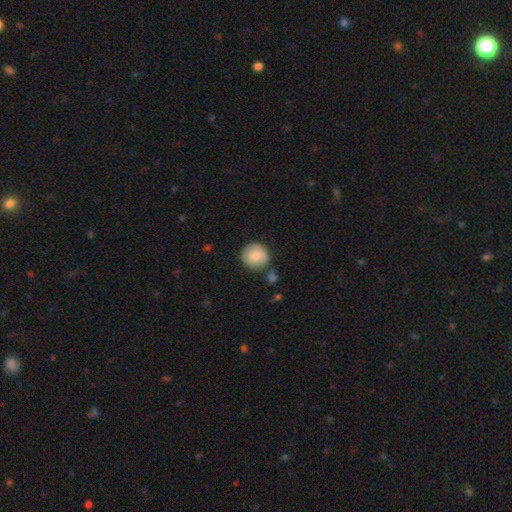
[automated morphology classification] A smooth galaxy with no disk features (82%) that is round (91%).

Vote fractions:
- Smooth or featured? smooth: 82% / featured or disk: 11% / star or artifact: 7%
- How rounded? round: 91% / in between: 8% / cigar-shaped: 1%
- Merging? none: 71% / minor disturbance: 17% / merger: 7% / major disturbance: 5%